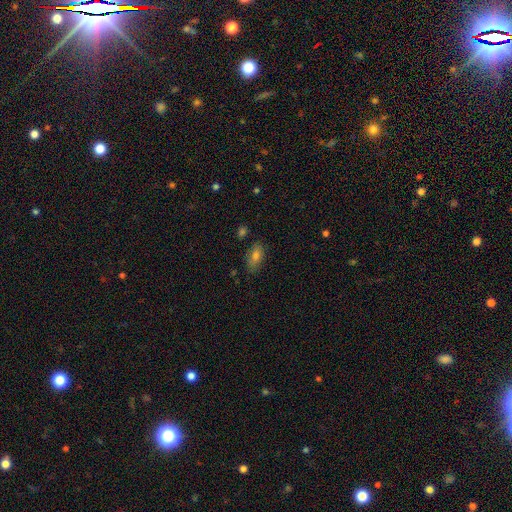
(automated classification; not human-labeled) Smooth or featured?
  - smooth: 70% *
  - featured or disk: 17%
  - star or artifact: 13%
How rounded?
  - in between: 87% *
  - round: 7%
  - cigar-shaped: 7%
Merging?
  - none: 79% *
  - minor disturbance: 15%
  - major disturbance: 3%
  - merger: 3%